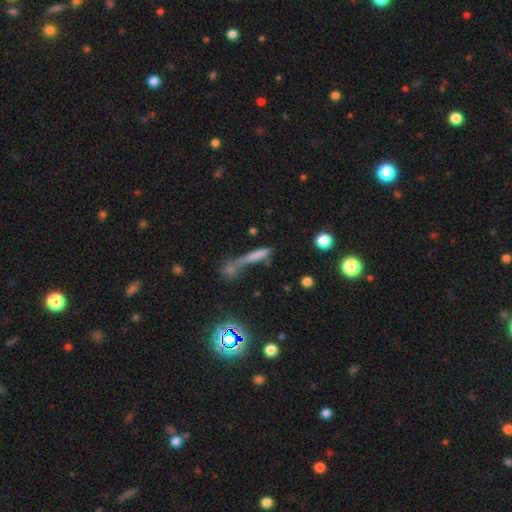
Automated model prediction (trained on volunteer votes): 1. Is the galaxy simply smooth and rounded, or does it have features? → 65% smooth, 20% featured or disk, 15% star or artifact.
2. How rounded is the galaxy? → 84% cigar-shaped, 13% in between, 4% round.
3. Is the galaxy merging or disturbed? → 46% none, 27% merger, 16% minor disturbance, 11% major disturbance.